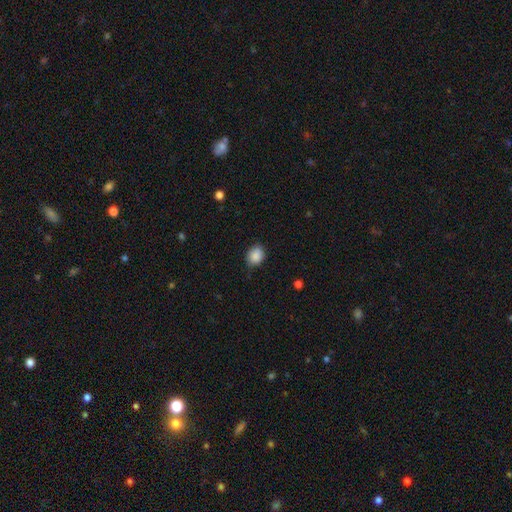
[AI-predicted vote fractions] Smooth or featured? Predicted: smooth (p=0.88). How rounded? Predicted: in between (p=0.59). Merging? Predicted: none (p=0.73).